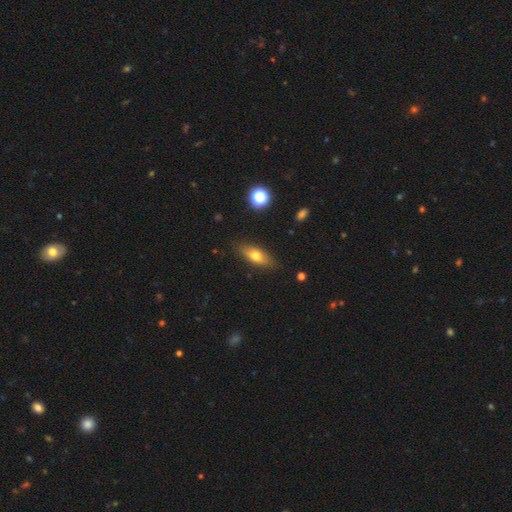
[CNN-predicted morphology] type=smooth (66%); roundness=in between (67%); merging=none (84%).